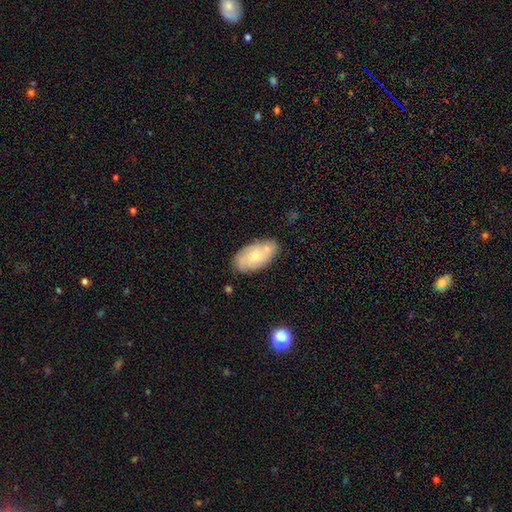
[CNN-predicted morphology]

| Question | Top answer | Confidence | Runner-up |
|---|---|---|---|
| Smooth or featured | featured or disk | 48% | smooth (45%) |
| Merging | none | 64% | minor disturbance (19%) |